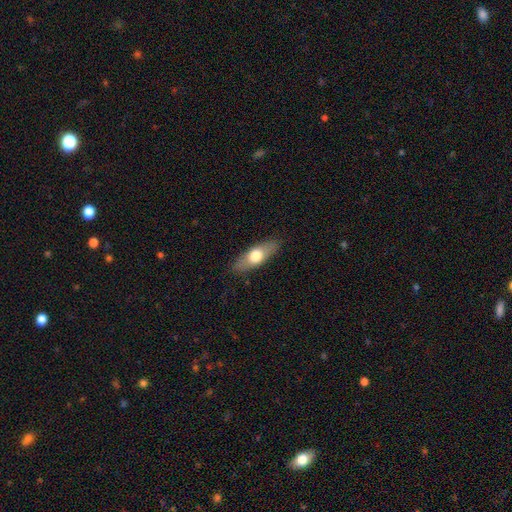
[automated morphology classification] This is likely a smooth galaxy (62%). How rounded: likely in between (64%). Merging: clearly none (86%).